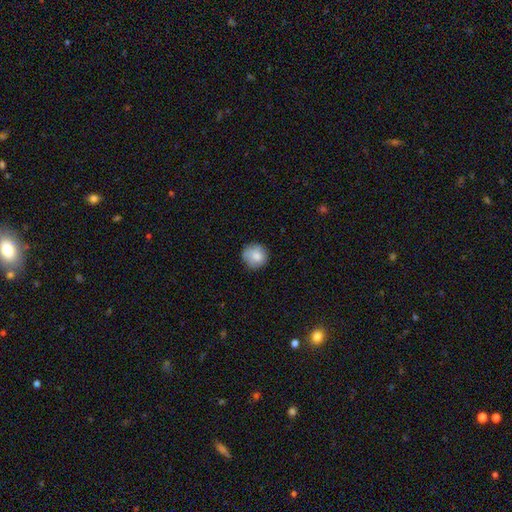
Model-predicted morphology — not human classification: Smooth or featured: smooth — 82% (featured or disk — 10%)
How rounded: round — 92% (in between — 7%)
Merging: none — 80% (minor disturbance — 16%)